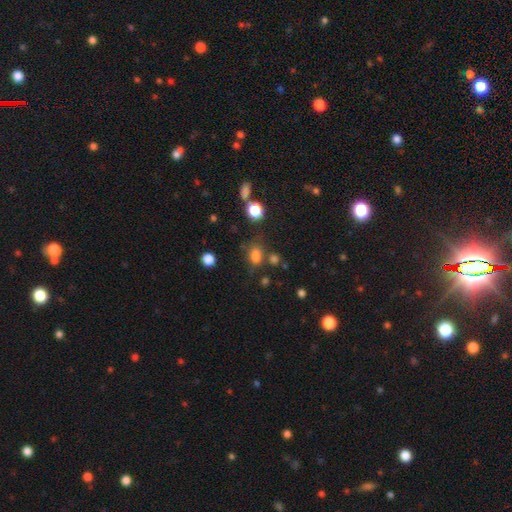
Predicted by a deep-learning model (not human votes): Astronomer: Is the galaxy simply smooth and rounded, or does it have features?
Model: smooth — 77%.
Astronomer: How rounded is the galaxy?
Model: in between — 67%.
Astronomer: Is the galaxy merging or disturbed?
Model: none — 61%.